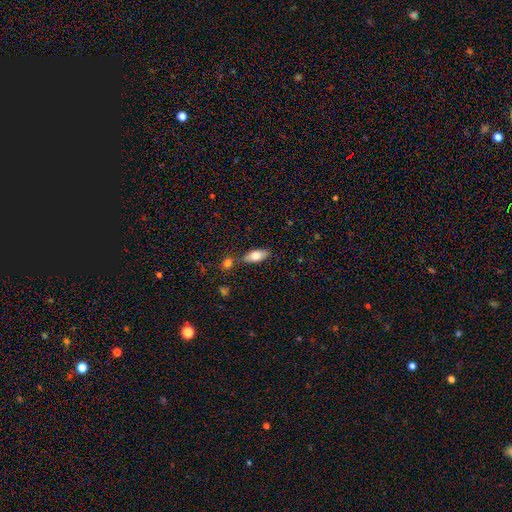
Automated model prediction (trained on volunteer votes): The model was most divided on "smooth or featured": smooth: 72%, featured or disk: 21%, star or artifact: 7%. More confident: how rounded — in between (80%); merging — none (72%).